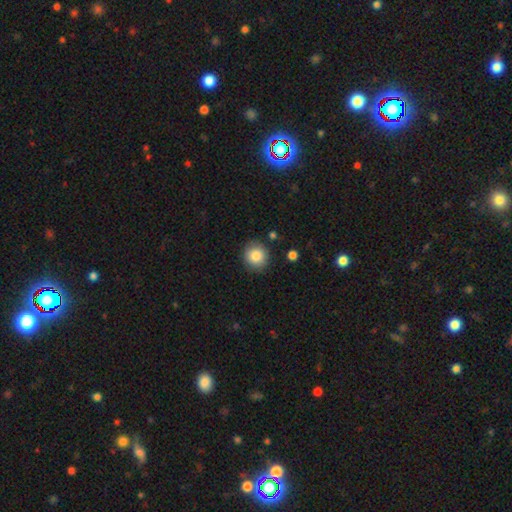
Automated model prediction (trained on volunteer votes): Smooth or featured: smooth — 85% (star or artifact — 9%)
How rounded: round — 89% (in between — 10%)
Merging: none — 86% (minor disturbance — 10%)